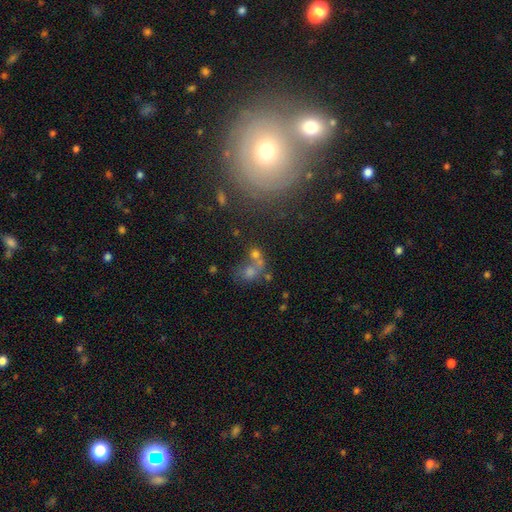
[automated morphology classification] smooth 51%, star or artifact 25%, featured or disk 24%. Down the decision tree: how rounded — round (58%); merging — merger (41%).